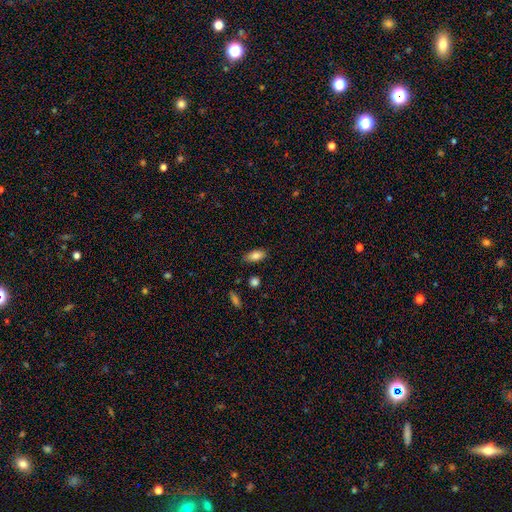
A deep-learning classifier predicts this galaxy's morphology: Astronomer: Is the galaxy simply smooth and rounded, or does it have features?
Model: smooth — 82%.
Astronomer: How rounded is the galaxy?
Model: in between — 89%.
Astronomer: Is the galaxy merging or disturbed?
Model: none — 82%.